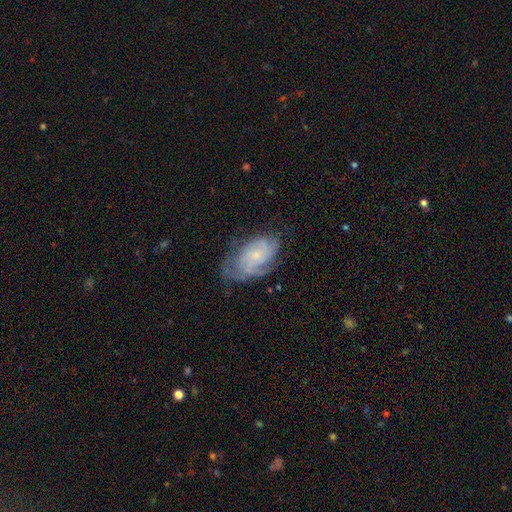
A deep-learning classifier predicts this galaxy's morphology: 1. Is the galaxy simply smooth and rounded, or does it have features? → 73% featured or disk, 19% smooth, 7% star or artifact.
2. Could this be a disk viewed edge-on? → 97% no, 3% yes.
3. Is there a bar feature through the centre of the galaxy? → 75% no, 22% weak, 3% strong.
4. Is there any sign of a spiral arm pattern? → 91% yes, 9% no.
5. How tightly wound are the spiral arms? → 57% tight, 33% medium, 10% loose.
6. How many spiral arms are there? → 39% can't tell, 24% 2, 19% 3, 8% 4, 6% 1, 4% more than 4.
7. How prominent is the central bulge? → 73% small, 16% moderate, 8% none, 2% large, 1% dominant.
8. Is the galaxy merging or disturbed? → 59% none, 26% minor disturbance, 13% major disturbance, 1% merger.